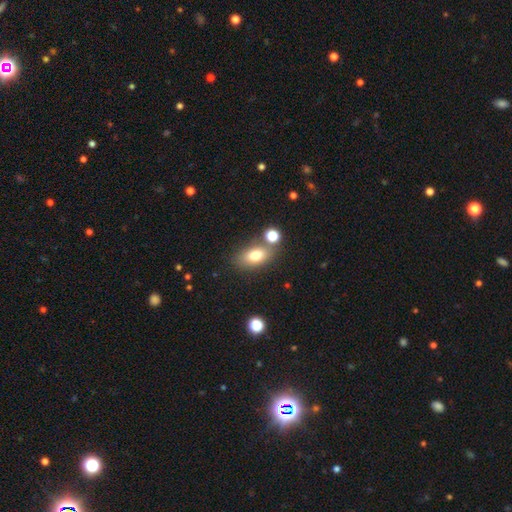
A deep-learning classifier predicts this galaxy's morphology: Smooth or featured: smooth — 75% (featured or disk — 14%)
How rounded: in between — 83% (round — 13%)
Merging: none — 68% (merger — 15%)